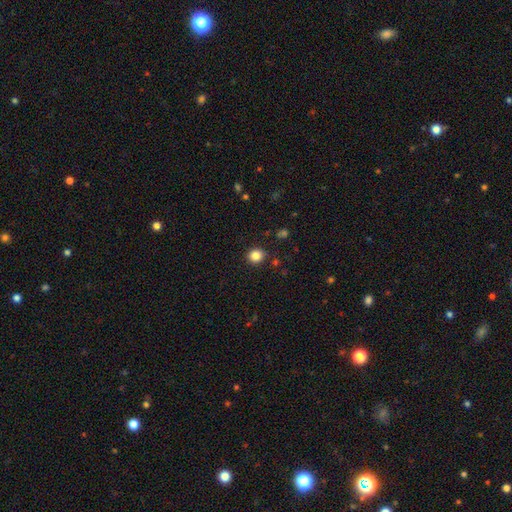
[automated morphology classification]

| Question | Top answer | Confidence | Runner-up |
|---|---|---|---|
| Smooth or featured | smooth | 84% | star or artifact (11%) |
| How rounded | round | 83% | in between (16%) |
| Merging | none | 89% | minor disturbance (7%) |